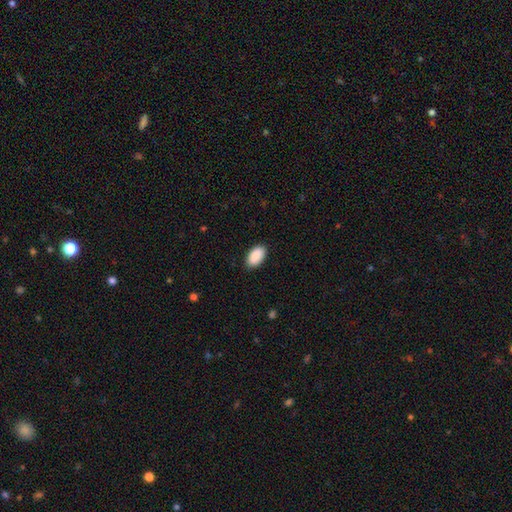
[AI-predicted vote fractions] Smooth or featured: smooth — 90% (star or artifact — 6%)
How rounded: in between — 95% (round — 3%)
Merging: none — 89% (minor disturbance — 9%)